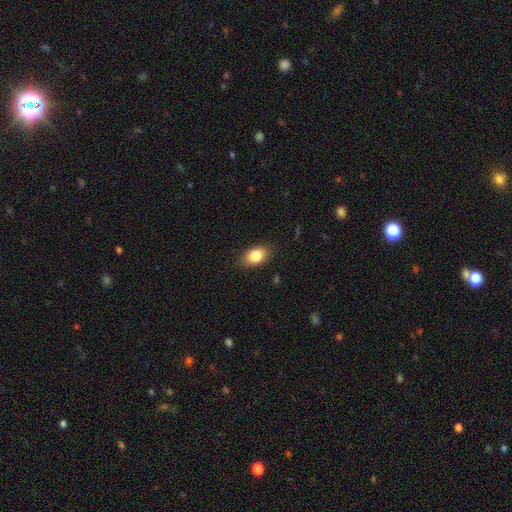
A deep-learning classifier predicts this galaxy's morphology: This appears to be a smooth galaxy with no disk features (83%) that is in between round and cigar-shaped (84%). Merging: none (86%).